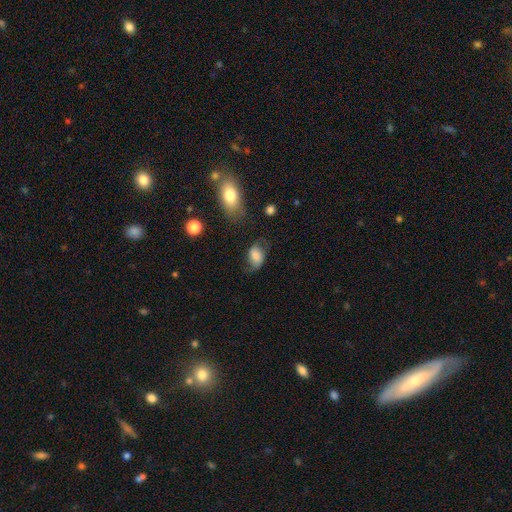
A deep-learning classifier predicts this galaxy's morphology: This is likely a smooth galaxy (69%). How rounded: likely in between (80%). Merging: possibly none (50%).